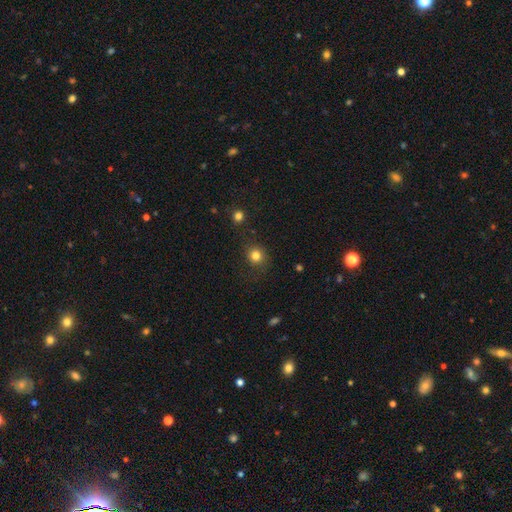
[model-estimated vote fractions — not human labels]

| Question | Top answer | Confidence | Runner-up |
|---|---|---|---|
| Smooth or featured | smooth | 80% | star or artifact (13%) |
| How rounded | round | 85% | in between (14%) |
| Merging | none | 81% | minor disturbance (12%) |